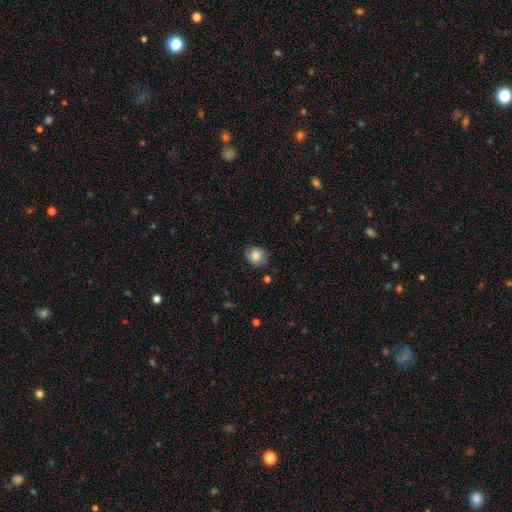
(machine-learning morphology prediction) The model was most divided on "how rounded": round: 61%, in between: 38%, cigar-shaped: 1%. More confident: smooth or featured — smooth (79%); merging — none (74%).